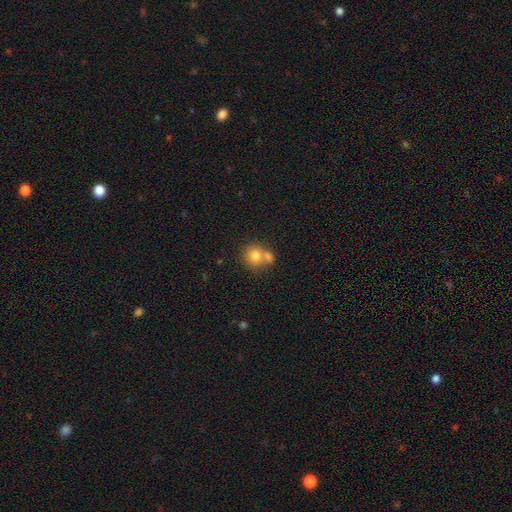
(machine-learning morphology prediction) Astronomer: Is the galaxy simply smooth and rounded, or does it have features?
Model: smooth — 77%.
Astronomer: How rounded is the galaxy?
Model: round — 82%.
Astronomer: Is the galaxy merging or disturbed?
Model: merger — 47% (runner-up: none, 41%).